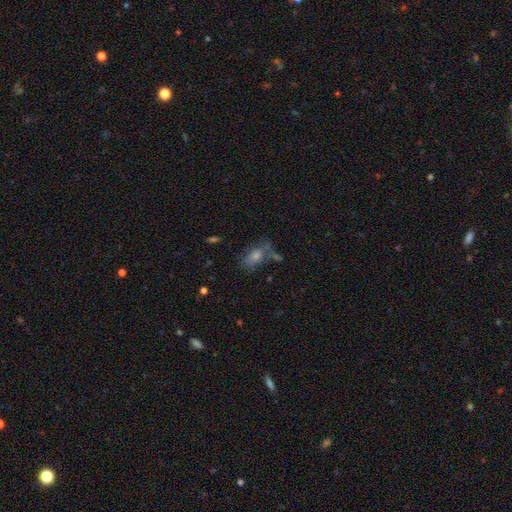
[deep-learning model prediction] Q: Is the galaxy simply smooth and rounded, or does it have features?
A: smooth — 50%.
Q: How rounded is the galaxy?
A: in between — 81%.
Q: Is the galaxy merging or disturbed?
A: none — 53%.